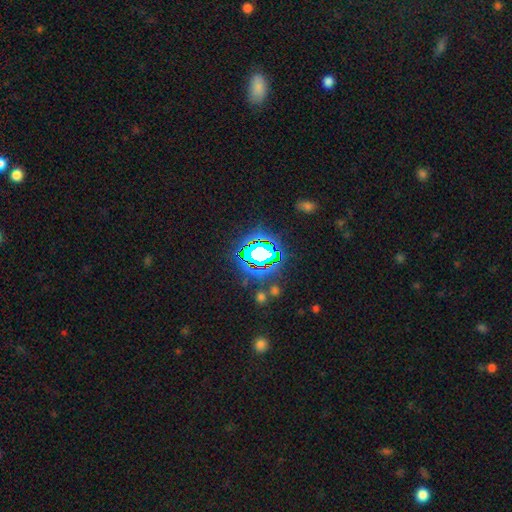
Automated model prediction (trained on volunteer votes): smooth-or-featured: star or artifact: 78% | smooth: 13% | featured or disk: 9%